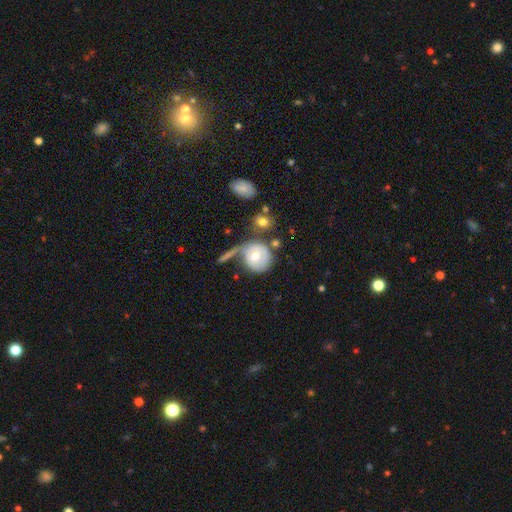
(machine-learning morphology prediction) smooth 57%, featured or disk 36%, star or artifact 7%. Down the decision tree: how rounded — round (83%); merging — none (40%).